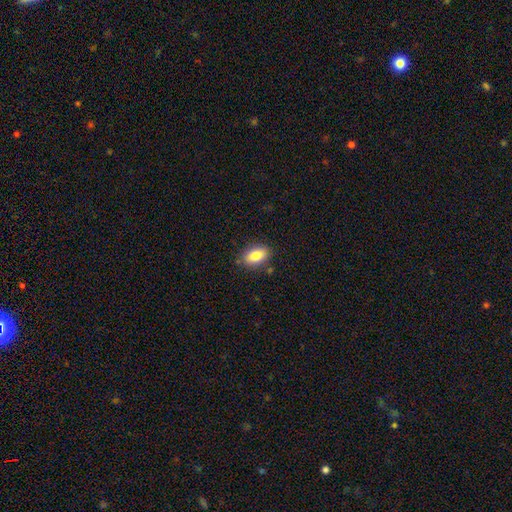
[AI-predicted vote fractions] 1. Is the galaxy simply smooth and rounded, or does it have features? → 84% smooth, 9% featured or disk, 8% star or artifact.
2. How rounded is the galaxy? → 88% in between, 10% round, 2% cigar-shaped.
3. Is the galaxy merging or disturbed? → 84% none, 11% minor disturbance, 3% major disturbance, 2% merger.